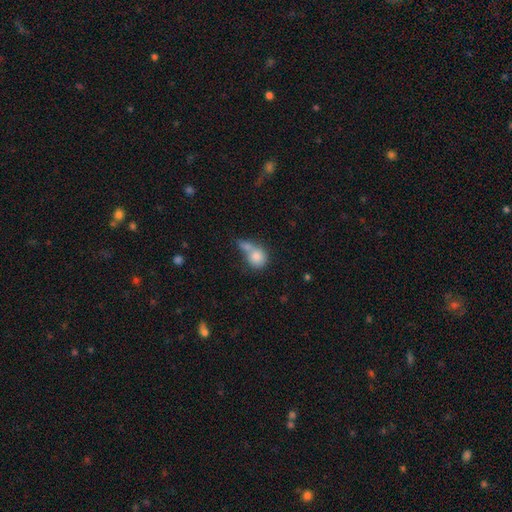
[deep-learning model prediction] Smooth or featured? Predicted: smooth (p=0.80). How rounded? Predicted: round (p=0.74). Merging? Predicted: merger (p=0.55).